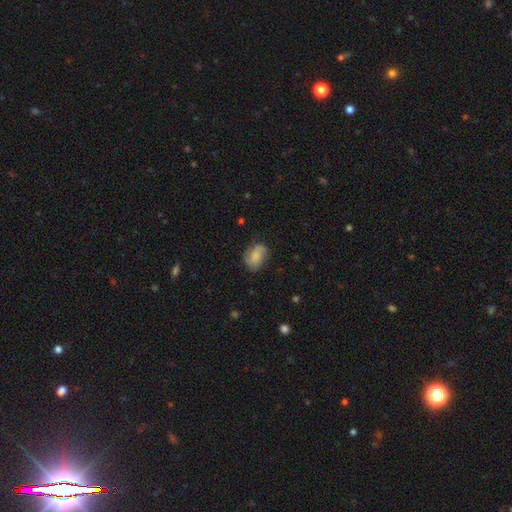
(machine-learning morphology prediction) Smooth or featured?
  - smooth: 52% *
  - featured or disk: 39%
  - star or artifact: 9%
How rounded?
  - in between: 74% *
  - round: 24%
  - cigar-shaped: 2%
Merging?
  - none: 66% *
  - minor disturbance: 24%
  - major disturbance: 9%
  - merger: 2%